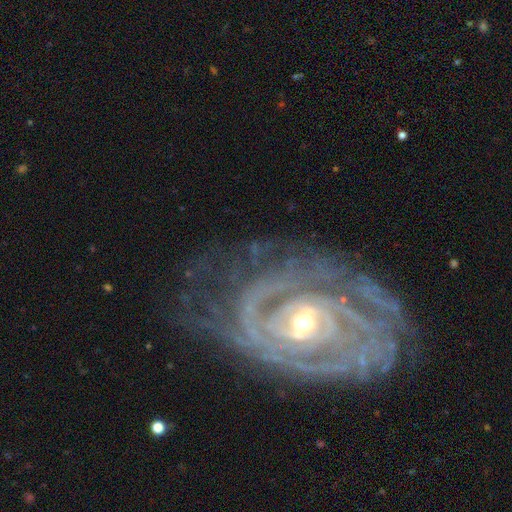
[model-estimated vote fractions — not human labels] Smooth or featured: featured or disk — 89% (star or artifact — 6%)
Edge-on disk: no — 96% (yes — 4%)
Bar: no — 51% (weak — 29%)
Spiral arms: yes — 94% (no — 6%)
Spiral winding: tight — 79% (medium — 17%)
Spiral arm count: can't tell — 33% (2 — 17%)
Bulge size: moderate — 52% (small — 42%)
Merging: none — 64% (minor disturbance — 19%)